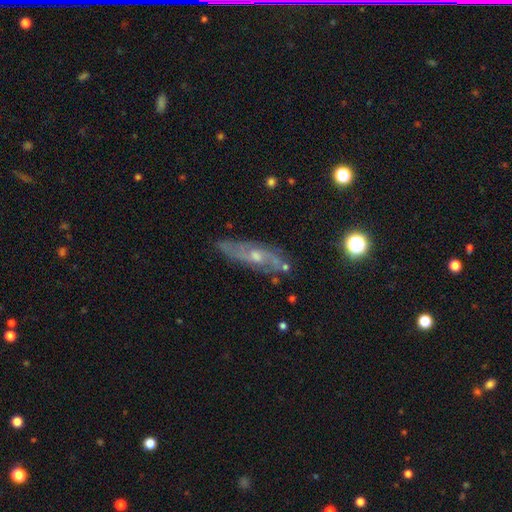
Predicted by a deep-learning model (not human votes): Smooth or featured: featured or disk — 72% (smooth — 19%)
Edge-on disk: no — 73% (yes — 27%)
Bar: no — 66% (weak — 29%)
Spiral arms: yes — 81% (no — 19%)
Bulge size: moderate — 52% (small — 41%)
Merging: none — 72% (minor disturbance — 19%)